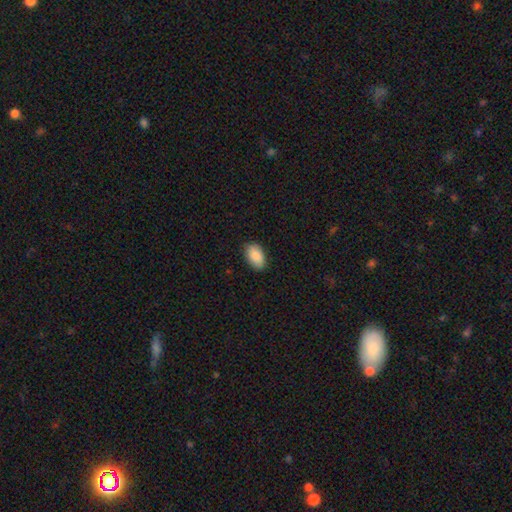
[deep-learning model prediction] Q: Smooth or featured?
A: smooth (88%); runner-up: star or artifact (6%)
Q: How rounded?
A: in between (93%); runner-up: round (6%)
Q: Merging?
A: none (87%); runner-up: minor disturbance (10%)